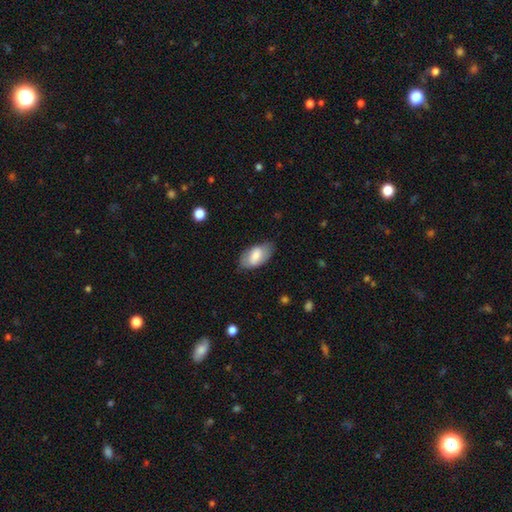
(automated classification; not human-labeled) smooth_or_featured: smooth (p=0.71) [alt: featured or disk p=0.23]
how_rounded: in between (p=0.94) [alt: round p=0.03]
merging: none (p=0.75) [alt: minor disturbance p=0.19]